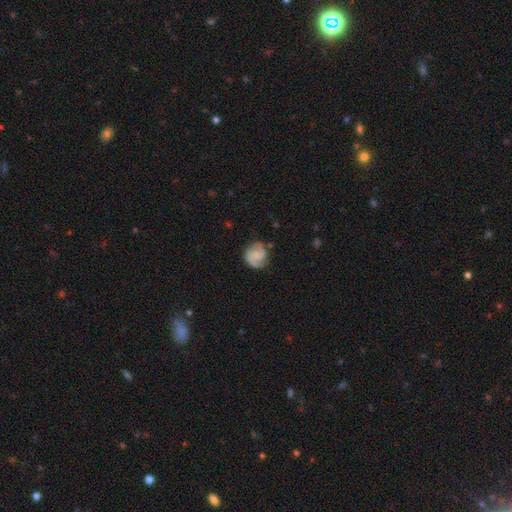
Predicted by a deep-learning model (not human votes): Smooth or featured: featured or disk — 66% (smooth — 27%)
Edge-on disk: no — 98% (yes — 2%)
Bar: no — 64% (weak — 30%)
Spiral arms: yes — 94% (no — 6%)
Spiral winding: tight — 46% (medium — 40%)
Spiral arm count: 2 — 71% (can't tell — 9%)
Bulge size: none — 52% (small — 30%)
Merging: none — 73% (minor disturbance — 18%)